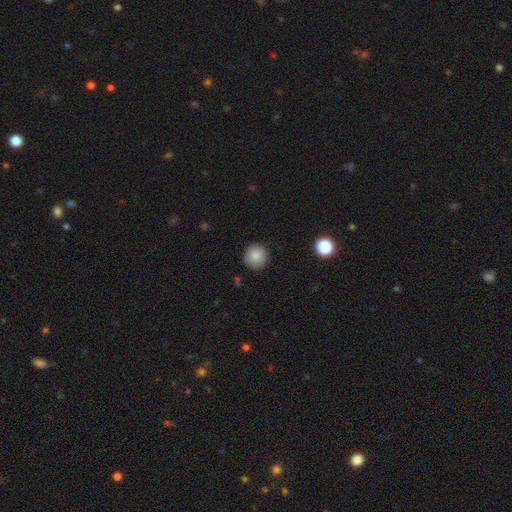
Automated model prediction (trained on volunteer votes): This is clearly a smooth galaxy (86%). How rounded: clearly round (94%). Merging: clearly none (89%).